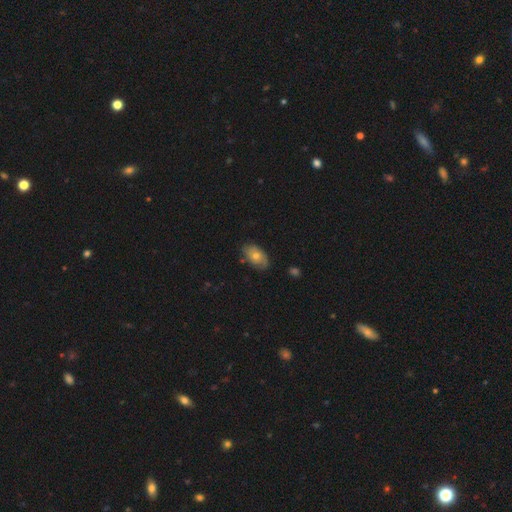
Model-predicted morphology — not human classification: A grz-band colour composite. It shows a smooth galaxy with no disk features (58%) that is in between round and cigar-shaped (90%). Merging: none (77%).